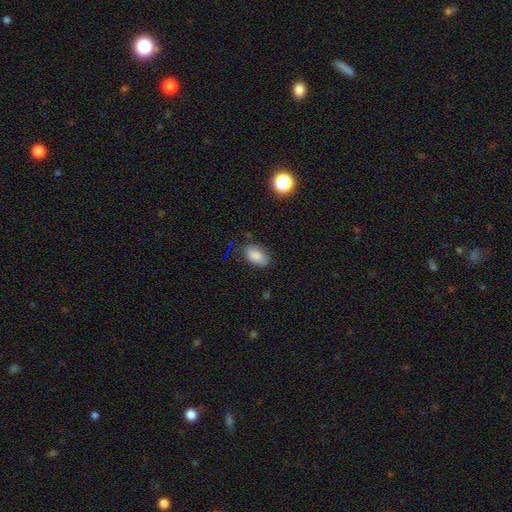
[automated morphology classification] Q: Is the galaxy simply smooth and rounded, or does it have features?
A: smooth — 83%.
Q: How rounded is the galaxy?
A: in between — 90%.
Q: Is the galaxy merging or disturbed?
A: none — 74%.